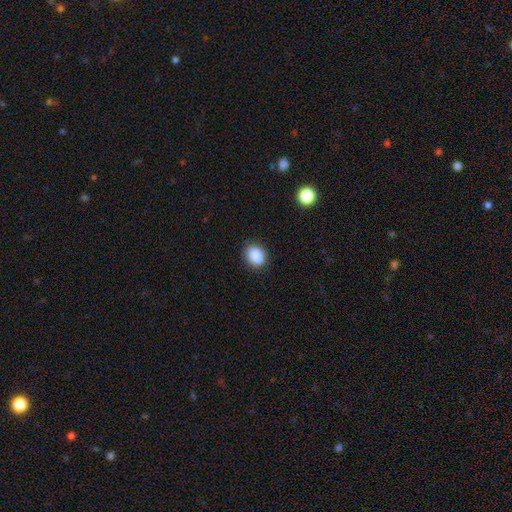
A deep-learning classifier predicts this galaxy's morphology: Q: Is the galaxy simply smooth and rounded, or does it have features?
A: smooth — 89%.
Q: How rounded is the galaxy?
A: in between — 57%.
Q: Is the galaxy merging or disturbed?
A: none — 86%.